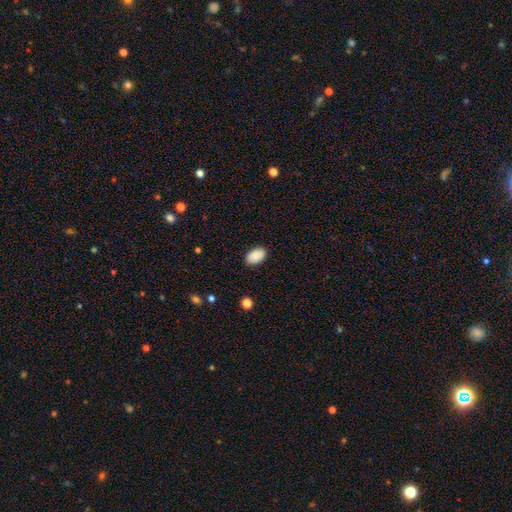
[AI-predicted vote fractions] Overall: smooth (86%). How rounded: in between (92%). Merging: none (84%).